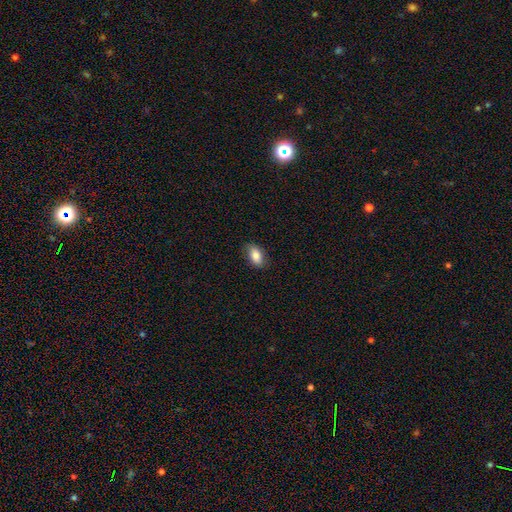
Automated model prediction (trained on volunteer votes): Morphology: type=smooth (82%); roundness=in between (91%); merging=none (84%).